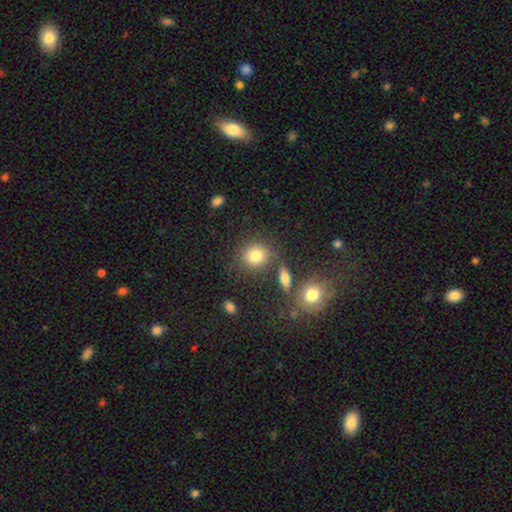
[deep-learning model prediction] This appears to be a smooth galaxy with no disk features (80%) that is round (82%). Merging: none (73%).